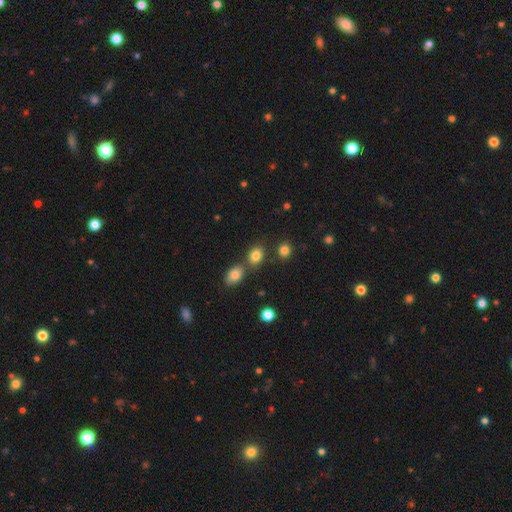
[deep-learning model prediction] Smooth or featured? smooth (81%)
How rounded? in between (64%)
Merging? none (64%)